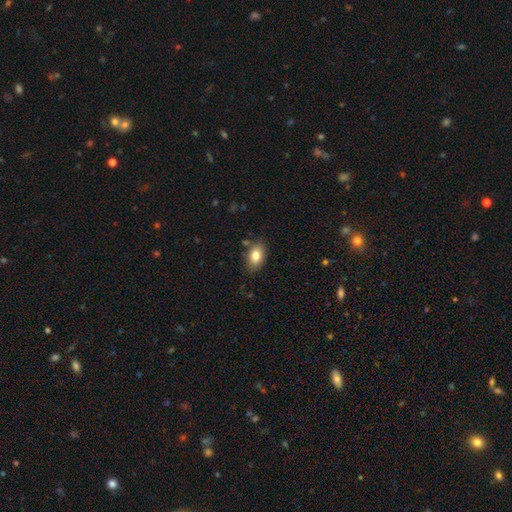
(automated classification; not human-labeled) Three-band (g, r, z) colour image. It shows a smooth galaxy with no disk features (82%) that is in between round and cigar-shaped (86%). Merging: none (81%).